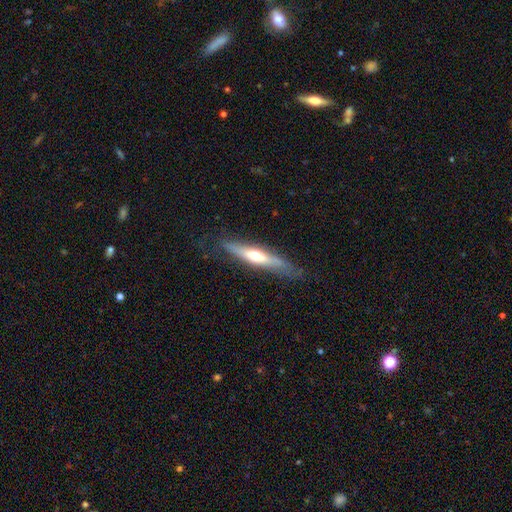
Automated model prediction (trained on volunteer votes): This appears to be a featured or disk galaxy (53%) viewed edge-on (89%). Merging: none (79%).